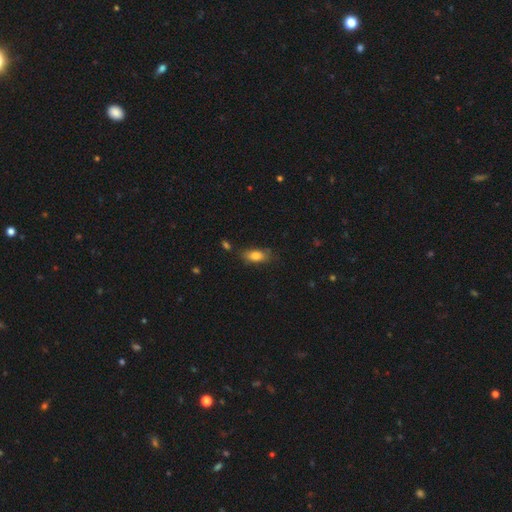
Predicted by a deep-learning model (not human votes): Smooth or featured: smooth — 80% (featured or disk — 12%)
How rounded: in between — 84% (cigar-shaped — 11%)
Merging: none — 73% (minor disturbance — 19%)